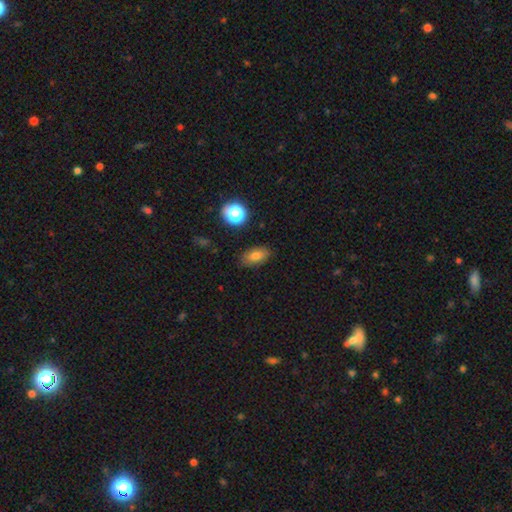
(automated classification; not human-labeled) Overall: smooth (76%). How rounded: in between (87%). Merging: none (84%).